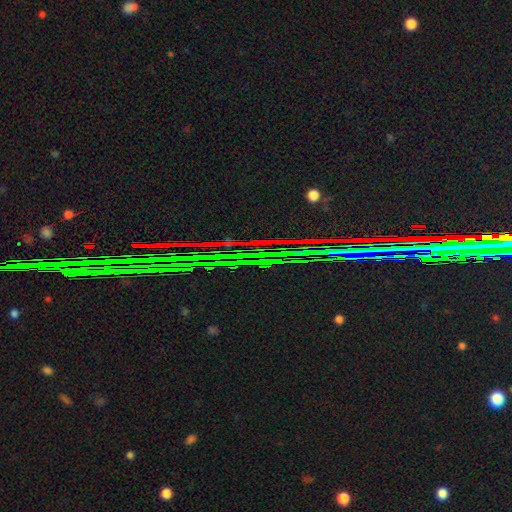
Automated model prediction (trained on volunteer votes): Smooth or featured? star or artifact (85%)